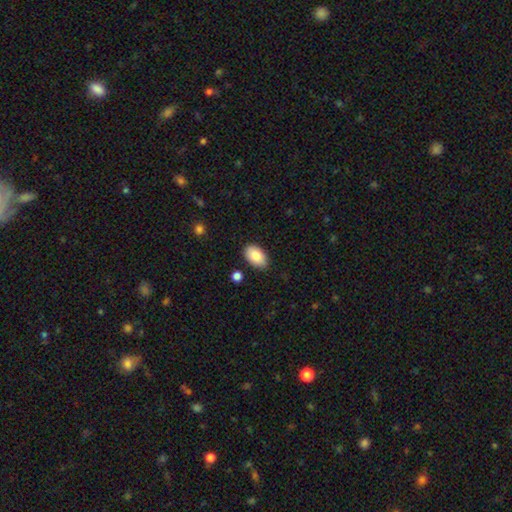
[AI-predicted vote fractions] Smooth or featured? Predicted: smooth (p=0.86). How rounded? Predicted: in between (p=0.93). Merging? Predicted: none (p=0.85).